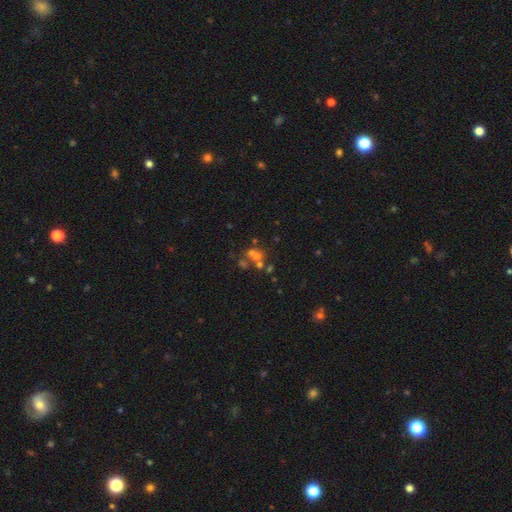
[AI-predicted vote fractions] Smooth or featured: smooth — 41% (featured or disk — 30%)
Merging: merger — 45% (none — 40%)